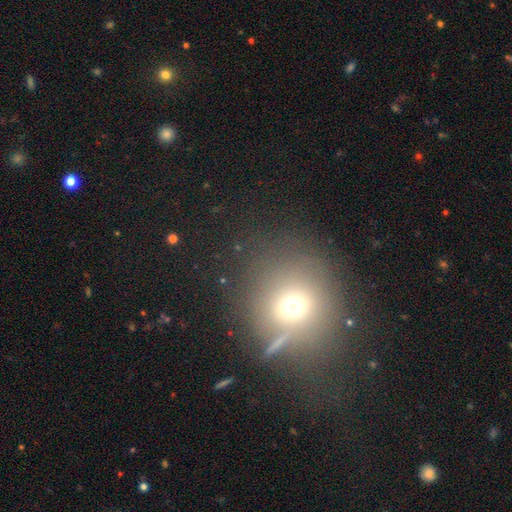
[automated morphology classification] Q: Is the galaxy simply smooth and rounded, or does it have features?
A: smooth — 55%.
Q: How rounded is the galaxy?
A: round — 81%.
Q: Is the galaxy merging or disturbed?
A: none — 70%.